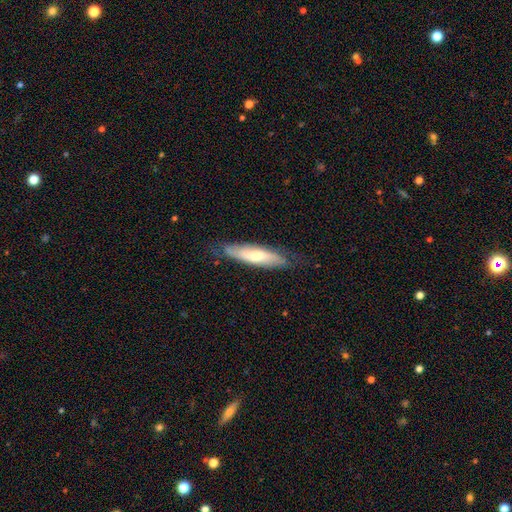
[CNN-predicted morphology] smooth 48%, featured or disk 46%, star or artifact 6%. Down the decision tree: merging — none (73%).